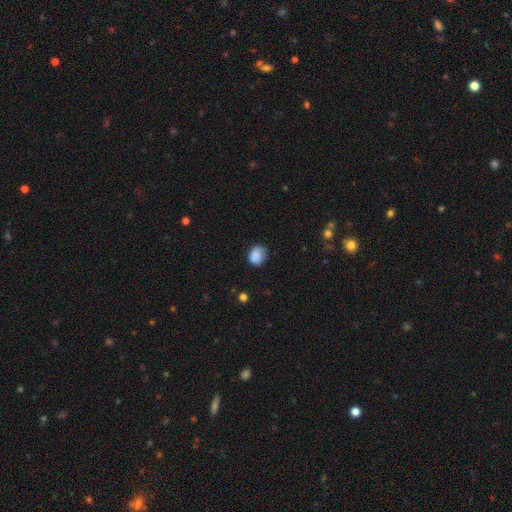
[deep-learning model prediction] This is clearly a smooth galaxy (82%). How rounded: possibly round (56%). Merging: likely none (65%).